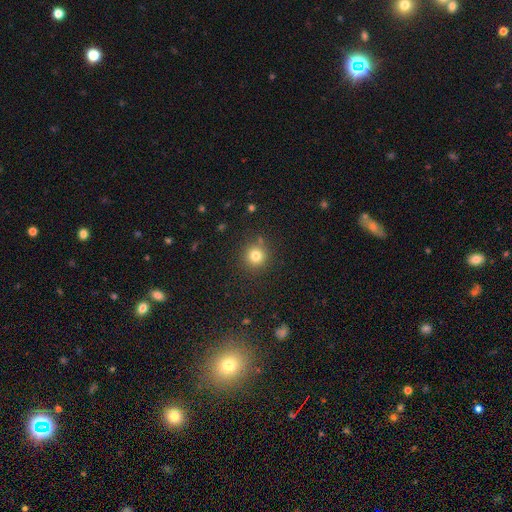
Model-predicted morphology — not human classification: A smooth galaxy with no disk features (80%) that is round (94%). Merging: none (85%).